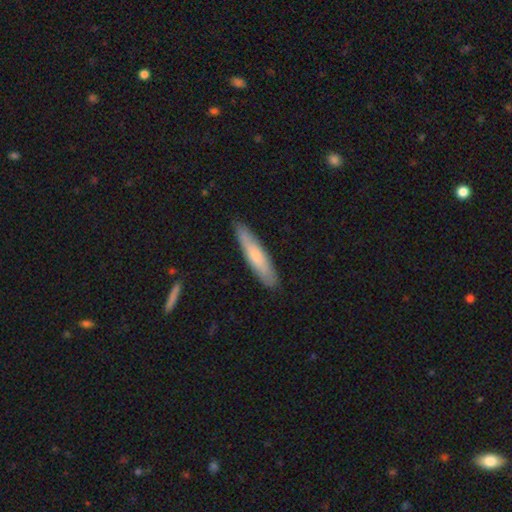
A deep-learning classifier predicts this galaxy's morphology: Q: Smooth or featured?
A: smooth (68%); runner-up: featured or disk (27%)
Q: How rounded?
A: cigar-shaped (87%); runner-up: in between (11%)
Q: Merging?
A: none (88%); runner-up: minor disturbance (10%)